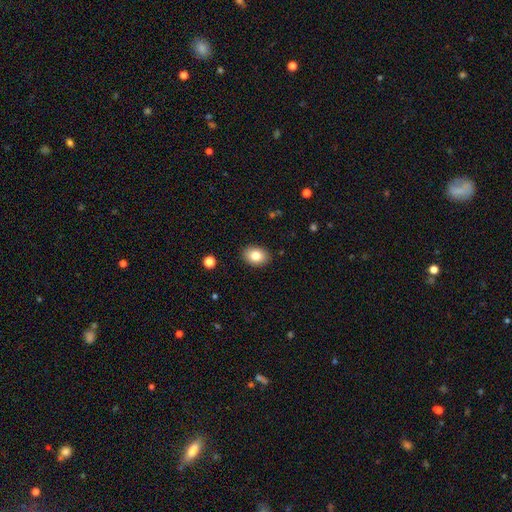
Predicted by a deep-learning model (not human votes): A smooth galaxy with no disk features (82%) that is in between round and cigar-shaped (72%).

Vote fractions:
- Smooth or featured? smooth: 82% / featured or disk: 9% / star or artifact: 9%
- How rounded? in between: 72% / round: 28% / cigar-shaped: 1%
- Merging? none: 89% / minor disturbance: 8% / major disturbance: 2% / merger: 1%